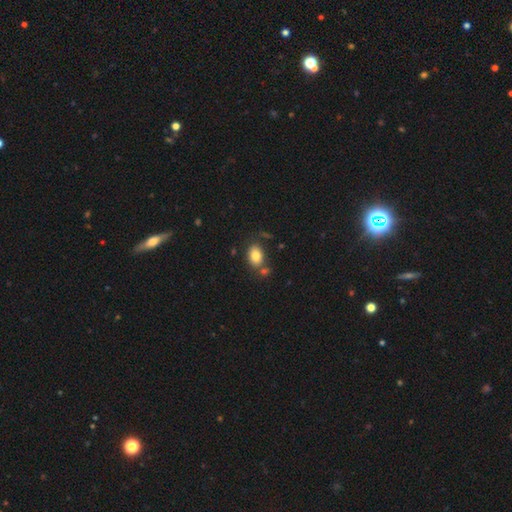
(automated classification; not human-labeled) Overall: smooth (82%). How rounded: in between (77%). Merging: none (68%).